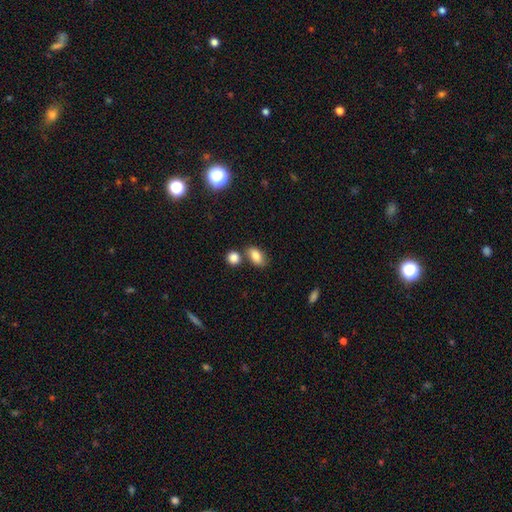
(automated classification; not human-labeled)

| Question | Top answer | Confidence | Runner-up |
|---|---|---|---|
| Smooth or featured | smooth | 83% | star or artifact (9%) |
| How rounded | in between | 87% | round (11%) |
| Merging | none | 60% | merger (21%) |